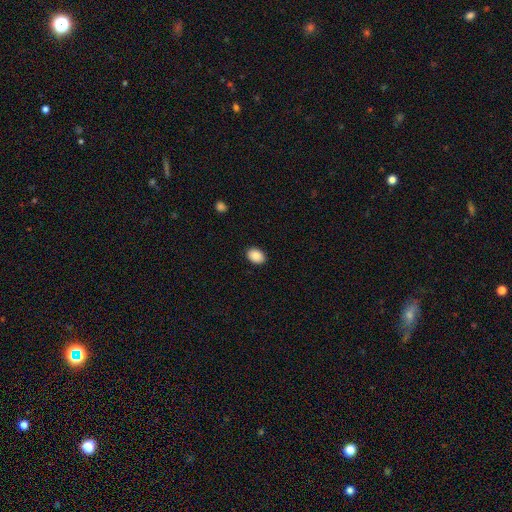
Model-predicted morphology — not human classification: Overall: smooth (89%). How rounded: in between (77%). Merging: none (90%).